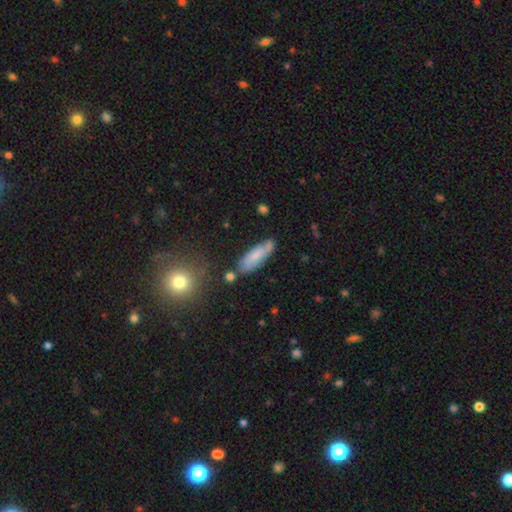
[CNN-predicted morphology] type=smooth (66%); roundness=in between (53%); merging=none (68%).